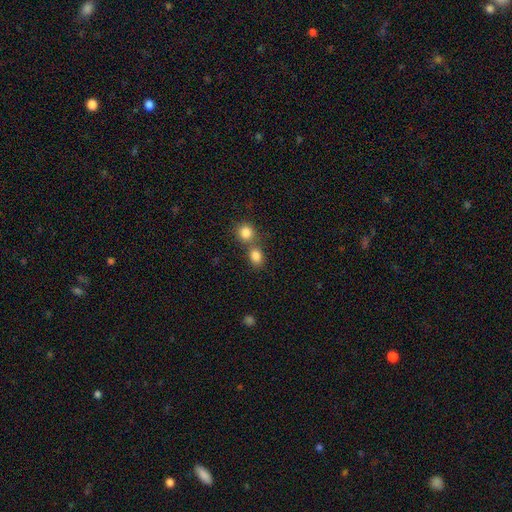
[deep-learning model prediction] This is clearly a smooth galaxy (83%). How rounded: possibly in between (50%). Merging: possibly none (50%).